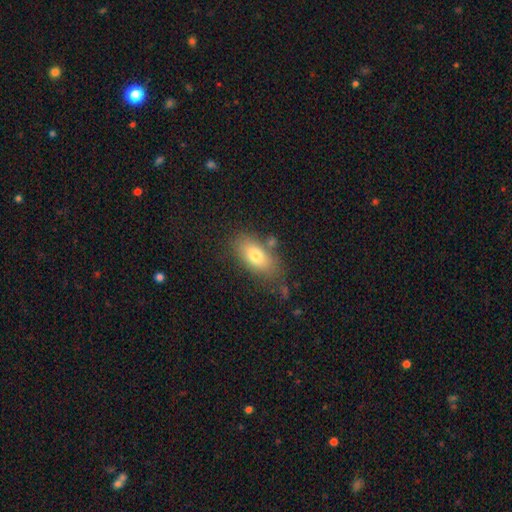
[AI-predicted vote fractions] This appears to be a smooth galaxy with no disk features (76%) that is in between round and cigar-shaped (88%). Merging: none (70%).